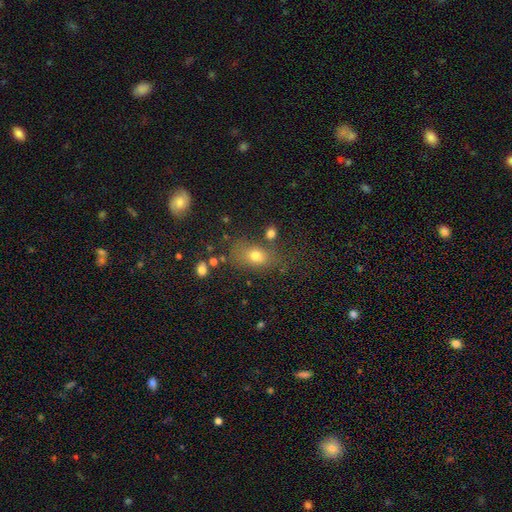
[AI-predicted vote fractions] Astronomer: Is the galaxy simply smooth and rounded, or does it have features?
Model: smooth — 72%.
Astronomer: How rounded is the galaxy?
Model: in between — 70%.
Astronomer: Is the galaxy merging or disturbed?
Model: none — 62%.